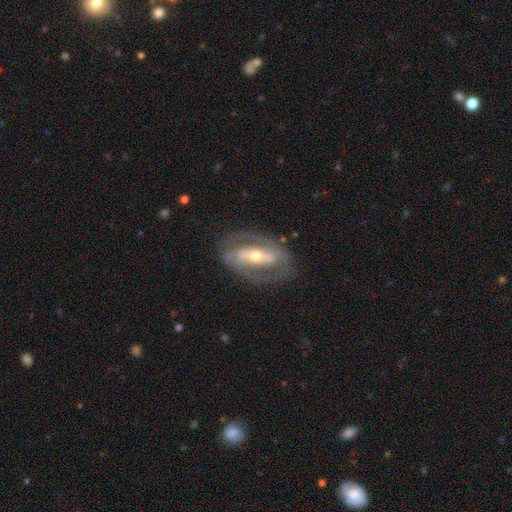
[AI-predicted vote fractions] Q: Smooth or featured?
A: featured or disk (82%); runner-up: smooth (12%)
Q: Edge-on disk?
A: no (90%); runner-up: yes (10%)
Q: Bar?
A: strong (62%); runner-up: weak (22%)
Q: Spiral arms?
A: yes (69%); runner-up: no (31%)
Q: Spiral winding?
A: tight (42%); runner-up: medium (41%)
Q: Spiral arm count?
A: 2 (79%); runner-up: can't tell (13%)
Q: Bulge size?
A: moderate (56%); runner-up: small (38%)
Q: Merging?
A: none (78%); runner-up: minor disturbance (14%)